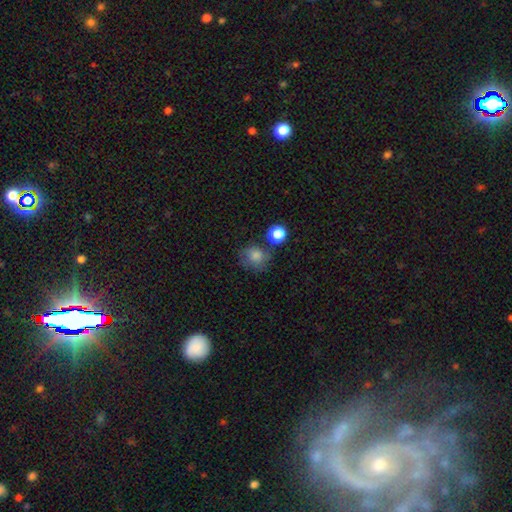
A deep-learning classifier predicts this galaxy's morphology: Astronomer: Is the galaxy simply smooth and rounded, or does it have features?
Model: smooth — 79%.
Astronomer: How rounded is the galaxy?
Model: round — 77%.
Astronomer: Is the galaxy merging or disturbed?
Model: none — 56%.